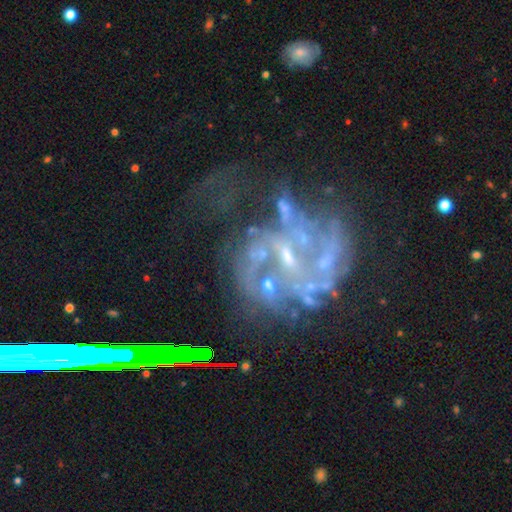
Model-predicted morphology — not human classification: Smooth or featured? Predicted: featured or disk (p=0.66). Edge-on disk? Predicted: no (p=0.97). Bar? Predicted: no (p=0.57). Spiral arms? Predicted: yes (p=0.55). Bulge size? Predicted: small (p=0.39). Merging? Predicted: none (p=0.35).